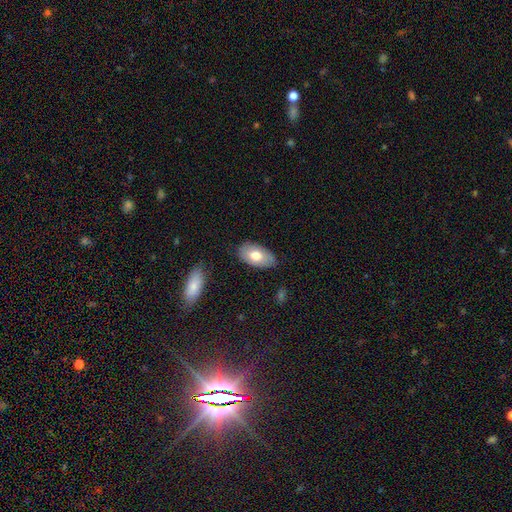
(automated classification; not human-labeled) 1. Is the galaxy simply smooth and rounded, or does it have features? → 72% smooth, 22% featured or disk, 6% star or artifact.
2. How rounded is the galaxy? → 94% in between, 4% round, 2% cigar-shaped.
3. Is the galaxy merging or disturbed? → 81% none, 15% minor disturbance, 3% major disturbance, 2% merger.